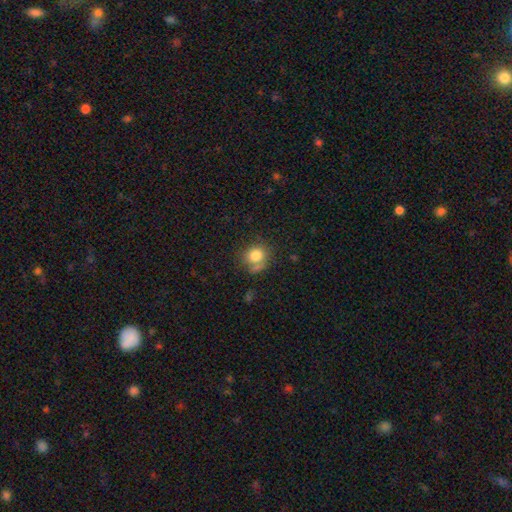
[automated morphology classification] This appears to be a smooth galaxy with no disk features (80%) that is round (77%). Merging: none (61%).